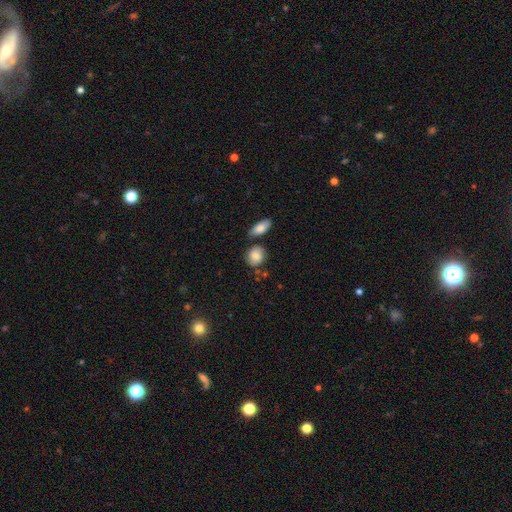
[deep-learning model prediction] Q: Smooth or featured?
A: smooth (81%); runner-up: featured or disk (12%)
Q: How rounded?
A: round (64%); runner-up: in between (34%)
Q: Merging?
A: none (69%); runner-up: minor disturbance (17%)